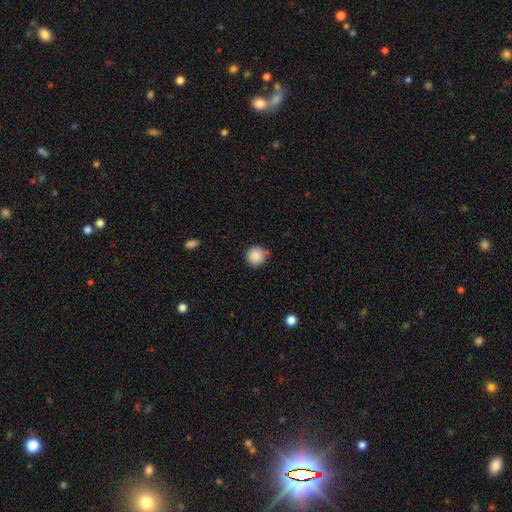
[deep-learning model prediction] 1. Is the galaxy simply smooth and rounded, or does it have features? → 88% smooth, 9% star or artifact, 3% featured or disk.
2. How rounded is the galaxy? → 94% round, 5% in between, 1% cigar-shaped.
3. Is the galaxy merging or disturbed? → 85% none, 11% minor disturbance, 2% major disturbance, 2% merger.